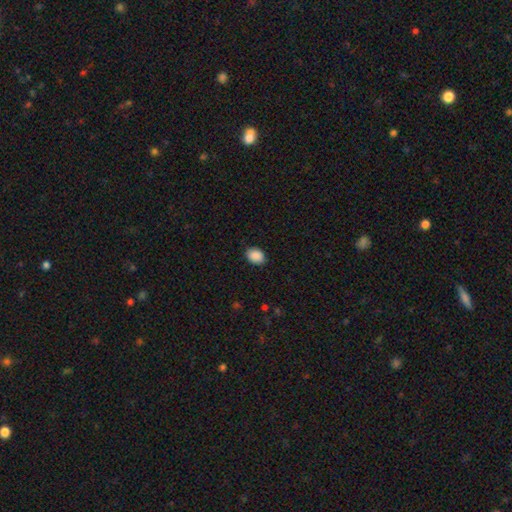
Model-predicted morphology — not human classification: The model was most divided on "how rounded": in between: 71%, round: 28%, cigar-shaped: 1%. More confident: smooth or featured — smooth (90%); merging — none (87%).